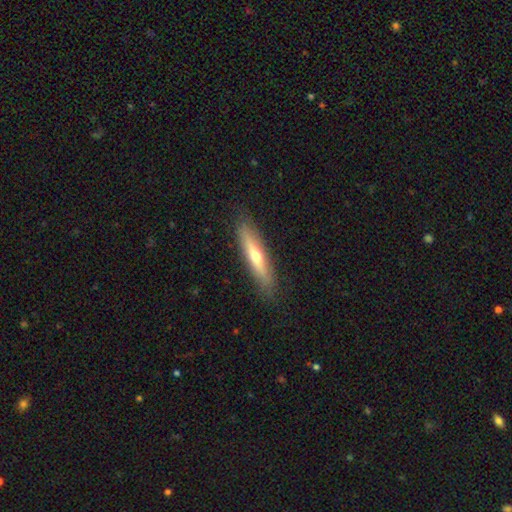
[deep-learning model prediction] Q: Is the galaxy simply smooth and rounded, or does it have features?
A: smooth — 48%.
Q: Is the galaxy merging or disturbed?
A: none — 86%.